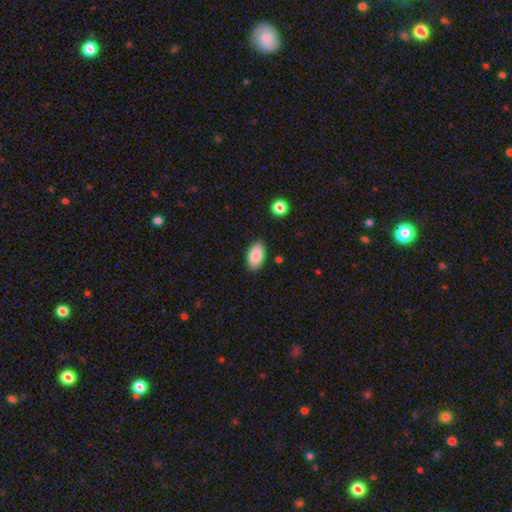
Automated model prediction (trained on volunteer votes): Smooth or featured? smooth (88%)
How rounded? in between (94%)
Merging? none (86%)